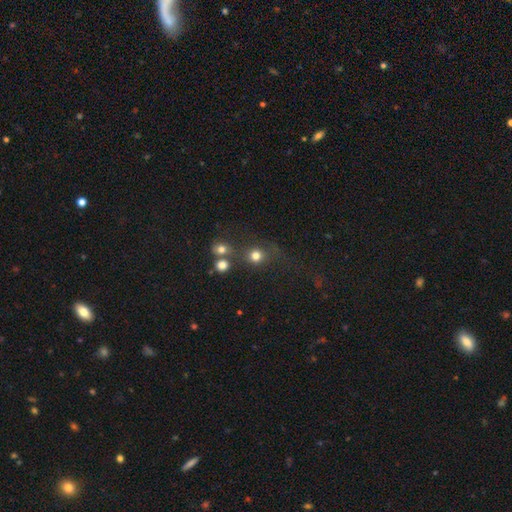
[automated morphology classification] Q: Smooth or featured?
A: smooth (76%); runner-up: star or artifact (16%)
Q: How rounded?
A: round (87%); runner-up: in between (11%)
Q: Merging?
A: none (60%); runner-up: merger (19%)